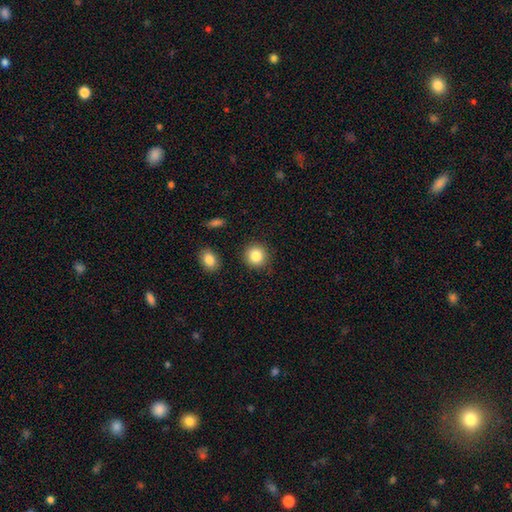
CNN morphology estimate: smooth-or-featured: smooth: 85% | star or artifact: 9% | featured or disk: 6%
  how-rounded: round: 90% | in between: 9% | cigar-shaped: 1%
  merging: none: 88% | minor disturbance: 7% | major disturbance: 2% | merger: 2%